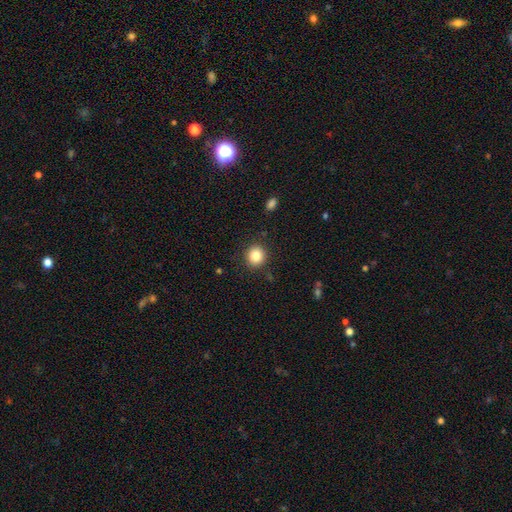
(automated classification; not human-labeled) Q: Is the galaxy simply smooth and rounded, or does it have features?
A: smooth — 84%.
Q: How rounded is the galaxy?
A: round — 89%.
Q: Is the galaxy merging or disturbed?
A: none — 89%.